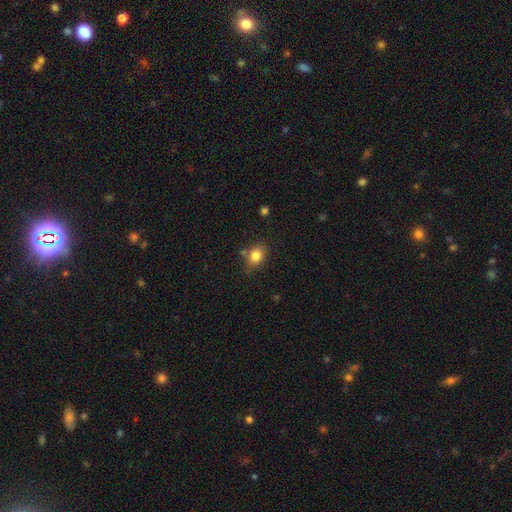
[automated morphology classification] The model was most divided on "how rounded": in between: 68%, round: 31%, cigar-shaped: 1%. More confident: smooth or featured — smooth (83%); merging — none (72%).